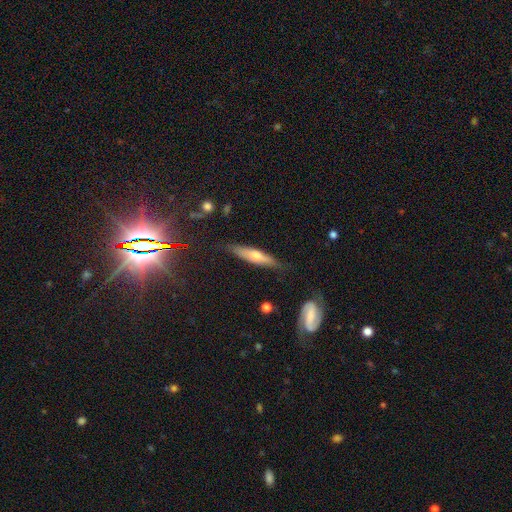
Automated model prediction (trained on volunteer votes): The model was most divided on "smooth or featured": featured or disk: 52%, smooth: 38%, star or artifact: 10%. More confident: edge-on disk — yes (85%); merging — none (80%).